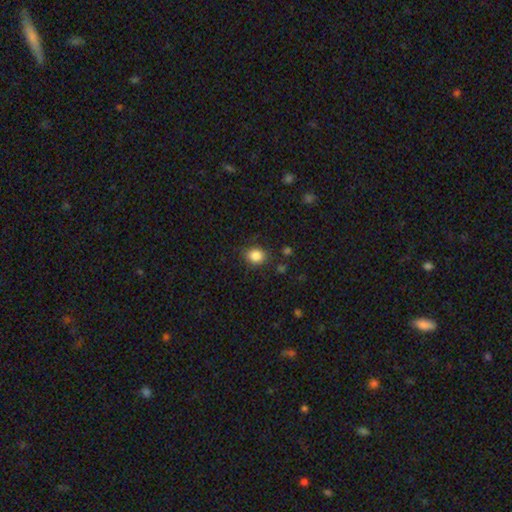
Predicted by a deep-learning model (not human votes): smooth 85%, star or artifact 10%, featured or disk 5%. Down the decision tree: how rounded — round (72%); merging — none (84%).